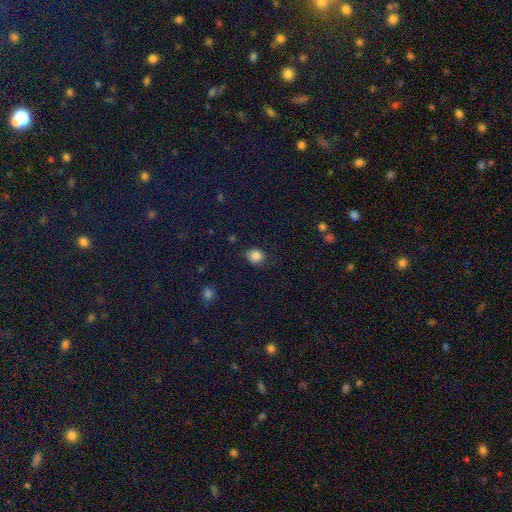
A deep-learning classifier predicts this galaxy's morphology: Overall: smooth (85%). How rounded: round (74%). Merging: none (79%).